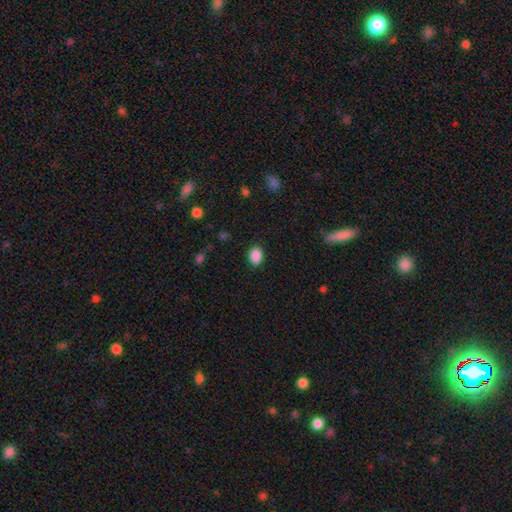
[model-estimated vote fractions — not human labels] smooth 89%, star or artifact 8%, featured or disk 3%. Down the decision tree: how rounded — in between (69%); merging — none (87%).